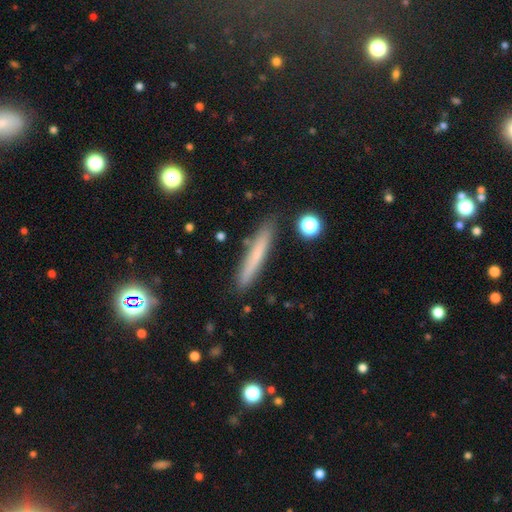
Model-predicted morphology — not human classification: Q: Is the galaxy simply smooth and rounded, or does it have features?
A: smooth — 66%.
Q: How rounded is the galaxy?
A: cigar-shaped — 95%.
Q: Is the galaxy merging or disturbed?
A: none — 86%.